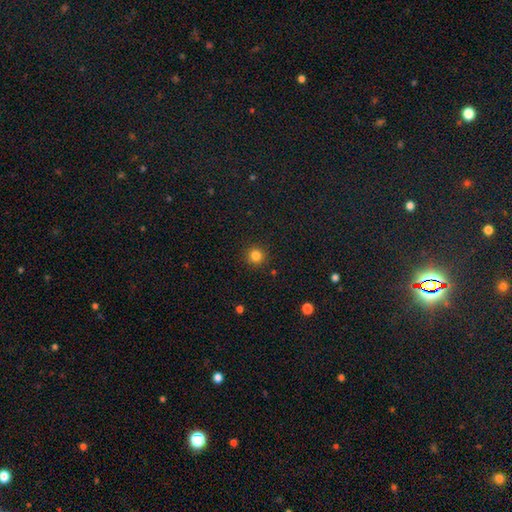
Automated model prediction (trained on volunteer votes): smooth-or-featured: smooth: 83% | star or artifact: 13% | featured or disk: 4%
  how-rounded: round: 94% | in between: 5% | cigar-shaped: 1%
  merging: none: 91% | minor disturbance: 6% | major disturbance: 2% | merger: 1%